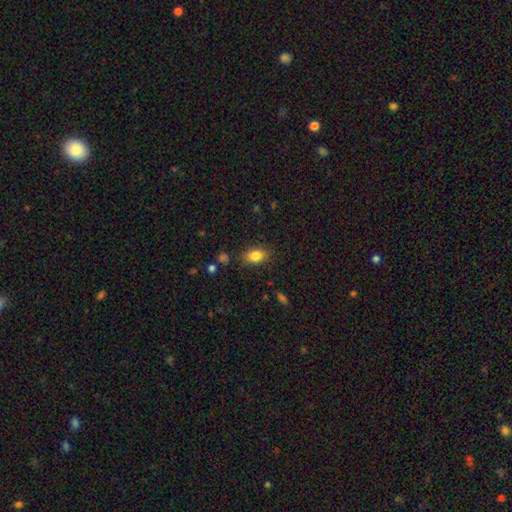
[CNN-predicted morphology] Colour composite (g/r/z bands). It shows a smooth galaxy with no disk features (84%) that is in between round and cigar-shaped (84%). Merging: none (84%).